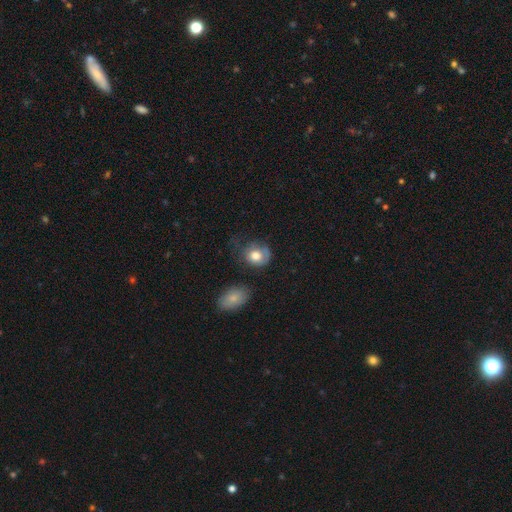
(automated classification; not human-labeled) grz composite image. It shows a smooth galaxy with no disk features (73%) that is round (68%). Merging: none (40%).